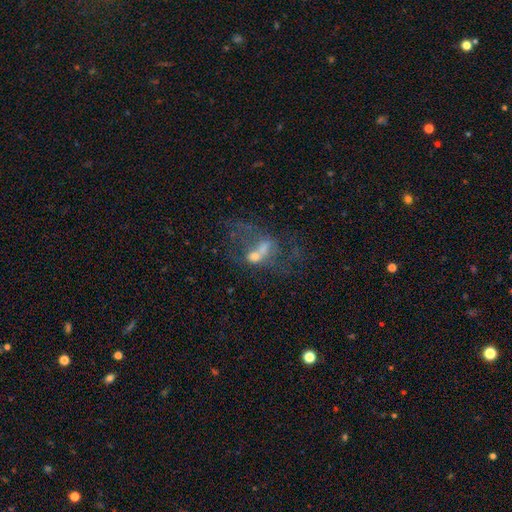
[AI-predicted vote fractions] Q: Smooth or featured?
A: featured or disk (55%); runner-up: smooth (29%)
Q: Edge-on disk?
A: no (95%); runner-up: yes (5%)
Q: Bar?
A: no (74%); runner-up: weak (19%)
Q: Spiral arms?
A: no (73%); runner-up: yes (27%)
Q: Bulge size?
A: moderate (43%); runner-up: small (25%)
Q: Merging?
A: merger (51%); runner-up: major disturbance (21%)